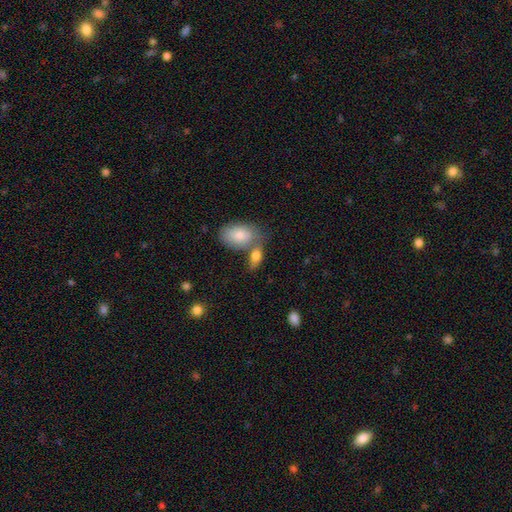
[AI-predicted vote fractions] This is likely a smooth galaxy (78%). How rounded: clearly in between (84%). Merging: marginally none (42%).